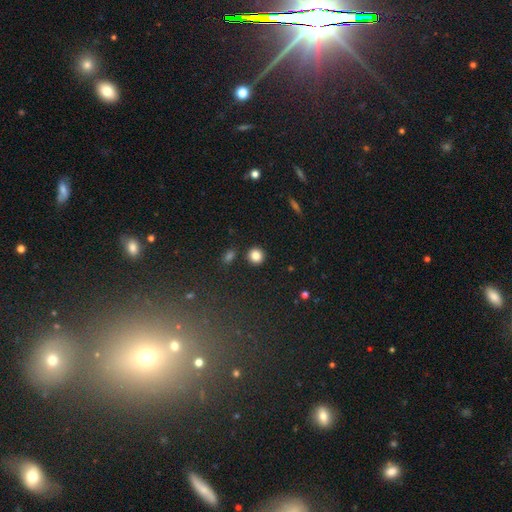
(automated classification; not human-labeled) The model was most divided on "smooth or featured": smooth: 84%, star or artifact: 10%, featured or disk: 5%. More confident: how rounded — round (90%); merging — none (88%).